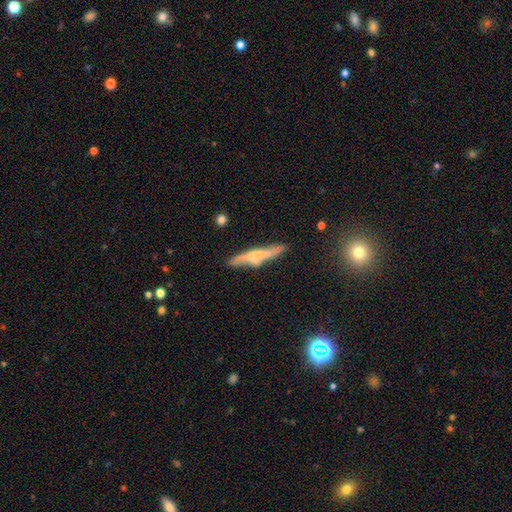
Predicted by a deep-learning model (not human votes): Morphology: type=featured or disk (54%); edge-on=yes (81%); merging=none (64%).